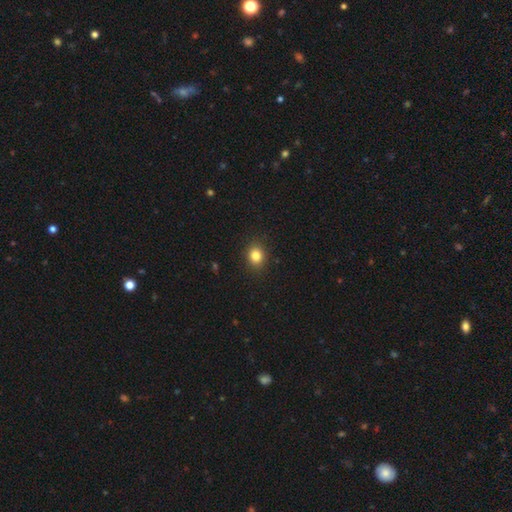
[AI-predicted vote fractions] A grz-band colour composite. It shows a smooth galaxy with no disk features (83%) that is round (66%). Merging: none (89%).